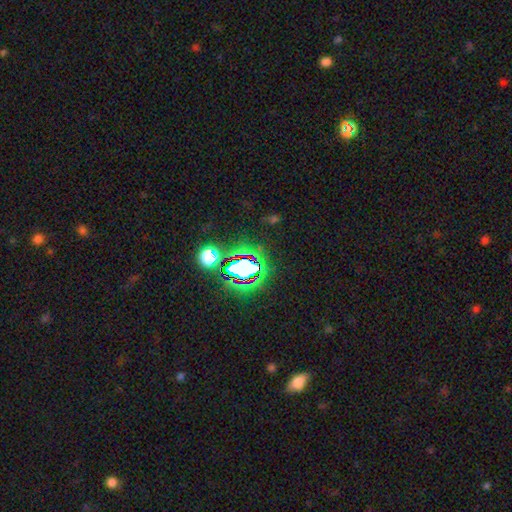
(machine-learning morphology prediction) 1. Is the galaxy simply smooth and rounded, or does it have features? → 82% star or artifact, 11% smooth, 7% featured or disk.